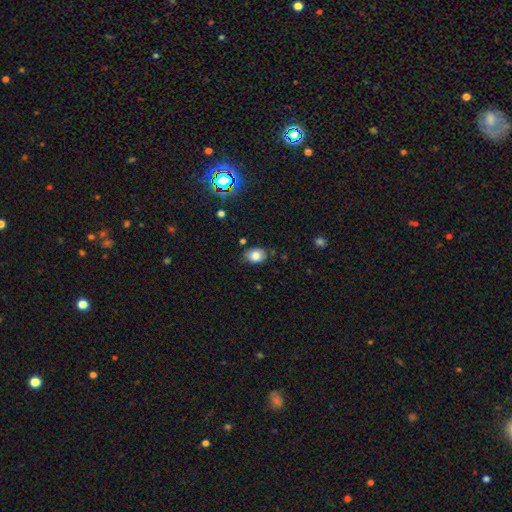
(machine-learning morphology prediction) The model was most divided on "how rounded": in between: 69%, round: 29%, cigar-shaped: 1%. More confident: smooth or featured — smooth (80%); merging — none (75%).